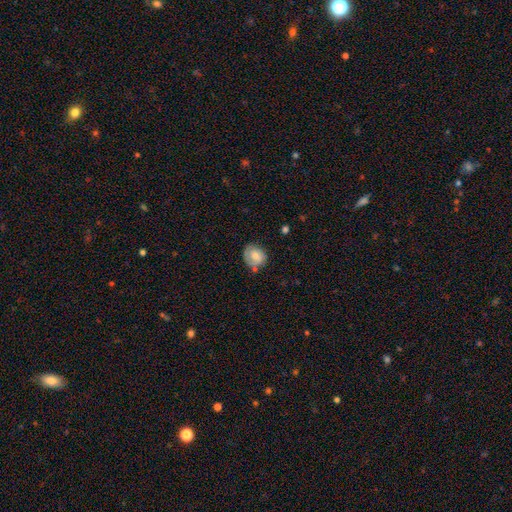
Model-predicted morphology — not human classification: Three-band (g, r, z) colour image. It shows a smooth galaxy with no disk features (60%) that is round (69%). Merging: none (62%).